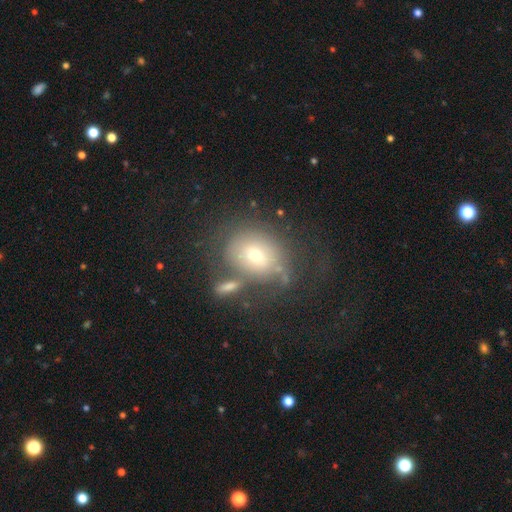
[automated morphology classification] smooth_or_featured: smooth (p=0.54) [alt: featured or disk p=0.31]
how_rounded: round (p=0.58) [alt: in between p=0.40]
merging: none (p=0.48) [alt: merger p=0.20]